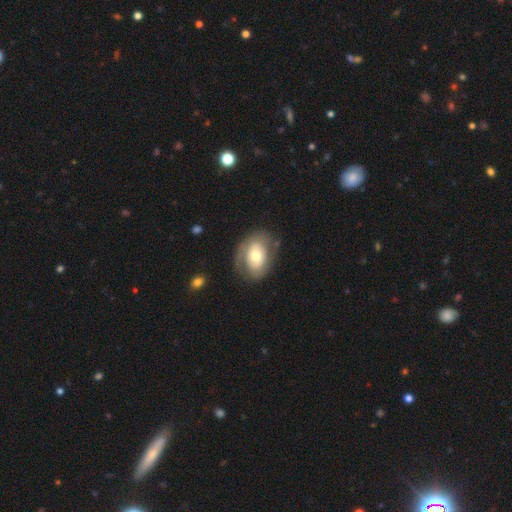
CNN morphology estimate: Smooth or featured: smooth — 54% (featured or disk — 39%)
How rounded: in between — 79% (round — 20%)
Merging: none — 67% (minor disturbance — 21%)